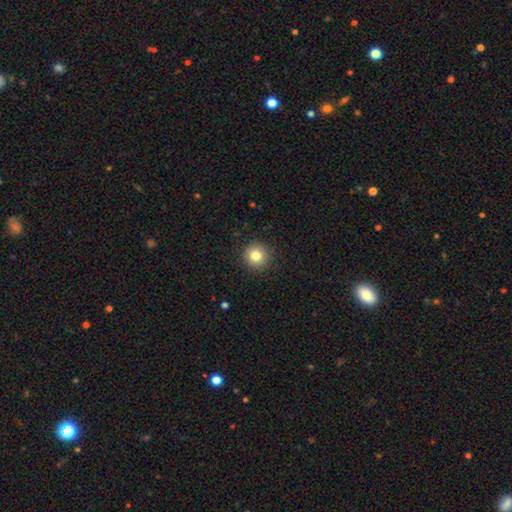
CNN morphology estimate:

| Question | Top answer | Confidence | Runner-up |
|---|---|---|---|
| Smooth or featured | smooth | 82% | star or artifact (11%) |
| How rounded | round | 94% | in between (5%) |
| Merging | none | 90% | minor disturbance (6%) |